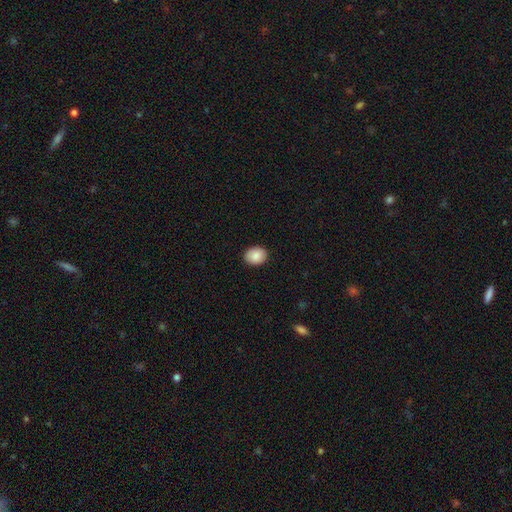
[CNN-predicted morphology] smooth-or-featured: smooth: 89% | star or artifact: 7% | featured or disk: 4%
  how-rounded: in between: 52% | round: 47% | cigar-shaped: 1%
  merging: none: 90% | minor disturbance: 7% | major disturbance: 2% | merger: 1%